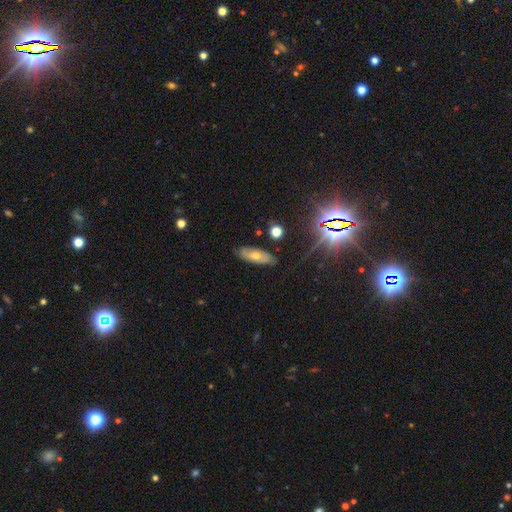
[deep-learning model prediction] smooth_or_featured: smooth (p=0.44) [alt: featured or disk p=0.42]
merging: none (p=0.82) [alt: minor disturbance p=0.14]